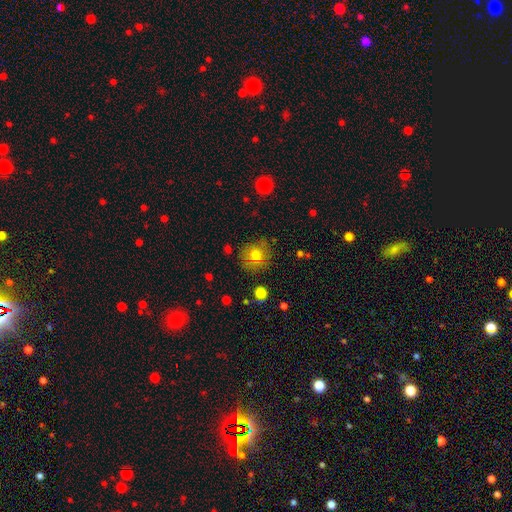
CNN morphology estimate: type=smooth (77%); roundness=round (88%); merging=none (80%).